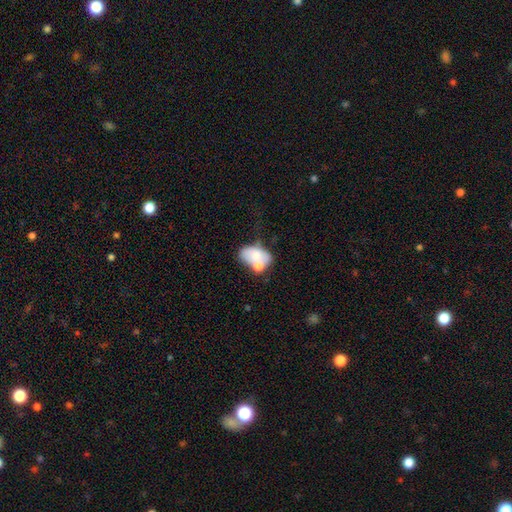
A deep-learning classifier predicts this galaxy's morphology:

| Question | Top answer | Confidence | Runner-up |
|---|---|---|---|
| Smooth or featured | smooth | 64% | featured or disk (28%) |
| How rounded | in between | 85% | round (14%) |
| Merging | merger | 39% | none (31%) |